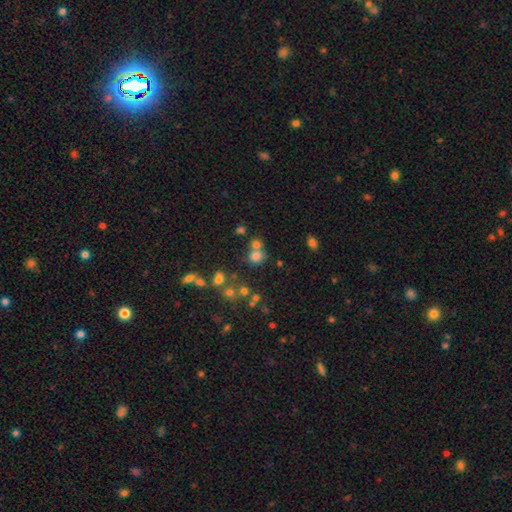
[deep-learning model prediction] A smooth galaxy with no disk features (69%) that is round (79%). Merging: none (51%).